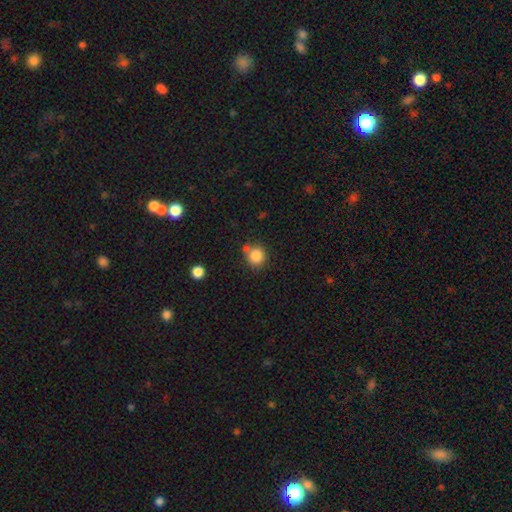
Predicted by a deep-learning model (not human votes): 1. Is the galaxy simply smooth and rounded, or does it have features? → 85% smooth, 10% star or artifact, 5% featured or disk.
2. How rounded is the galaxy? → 89% round, 10% in between, 1% cigar-shaped.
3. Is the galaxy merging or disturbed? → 70% none, 14% minor disturbance, 13% merger, 4% major disturbance.